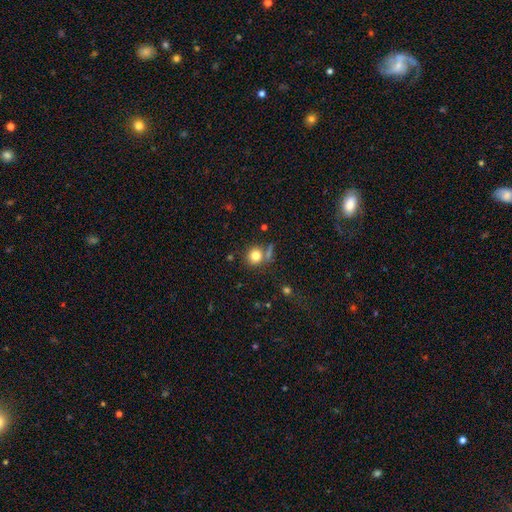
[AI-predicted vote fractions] Morphology: type=smooth (79%); roundness=round (85%); merging=none (69%).